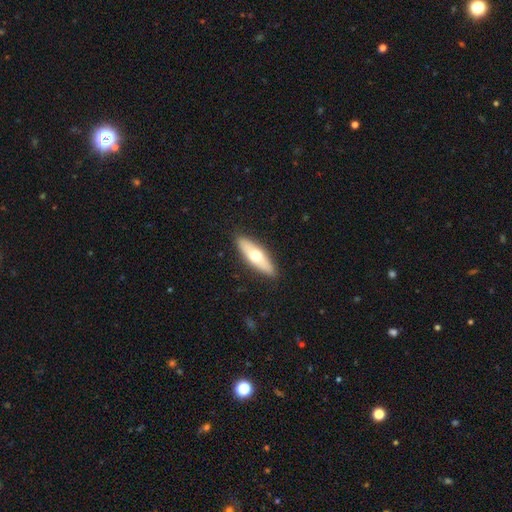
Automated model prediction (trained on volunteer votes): Smooth or featured? Predicted: smooth (p=0.56). How rounded? Predicted: cigar-shaped (p=0.49). Merging? Predicted: none (p=0.89).